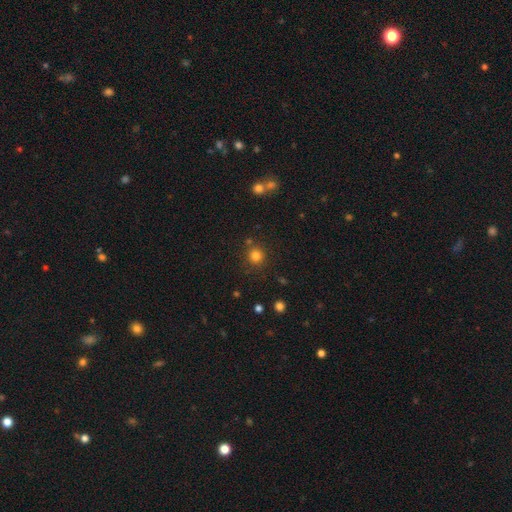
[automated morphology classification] smooth-or-featured: smooth: 80% | star or artifact: 15% | featured or disk: 6%
  how-rounded: round: 92% | in between: 7% | cigar-shaped: 1%
  merging: none: 82% | minor disturbance: 8% | merger: 7% | major disturbance: 3%